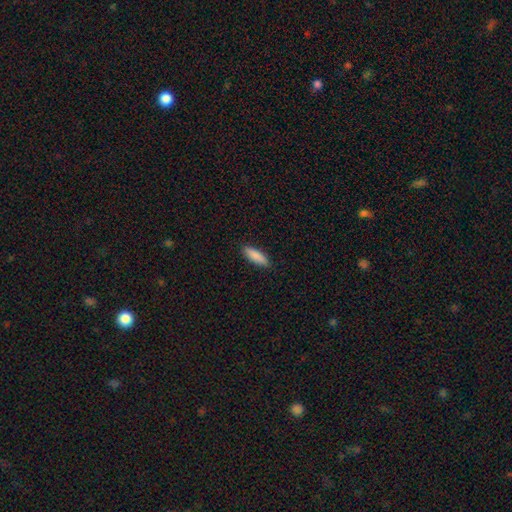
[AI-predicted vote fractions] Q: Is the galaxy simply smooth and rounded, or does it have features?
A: smooth — 88%.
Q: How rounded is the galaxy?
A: cigar-shaped — 53%.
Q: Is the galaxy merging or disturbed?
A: none — 89%.